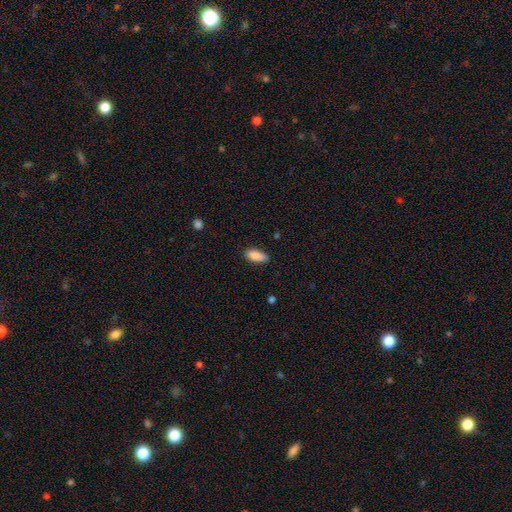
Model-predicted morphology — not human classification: Smooth or featured? smooth (88%)
How rounded? in between (82%)
Merging? none (82%)